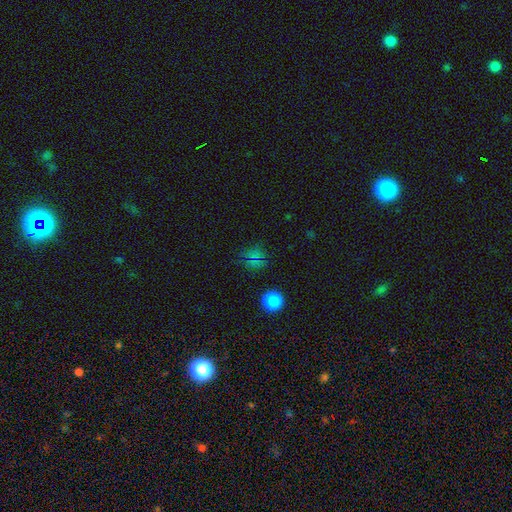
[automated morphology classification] Smooth or featured: smooth — 46% (star or artifact — 41%)
Merging: none — 77% (minor disturbance — 12%)